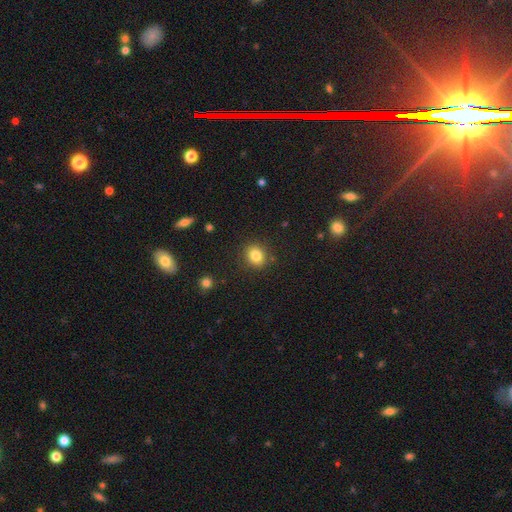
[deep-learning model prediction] This appears to be a smooth galaxy with no disk features (84%) that is round (69%). Merging: none (87%).